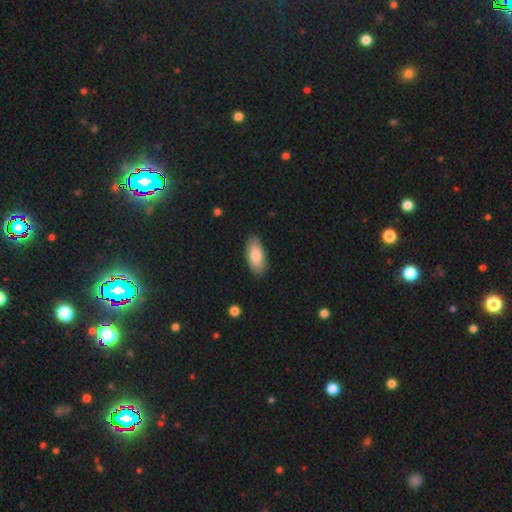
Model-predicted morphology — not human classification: smooth 82%, featured or disk 12%, star or artifact 6%. Down the decision tree: how rounded — in between (87%); merging — none (88%).